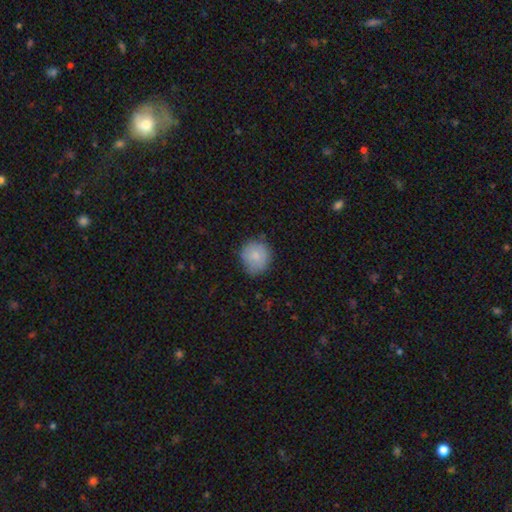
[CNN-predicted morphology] Smooth or featured? Predicted: smooth (p=0.81). How rounded? Predicted: round (p=0.87). Merging? Predicted: none (p=0.75).